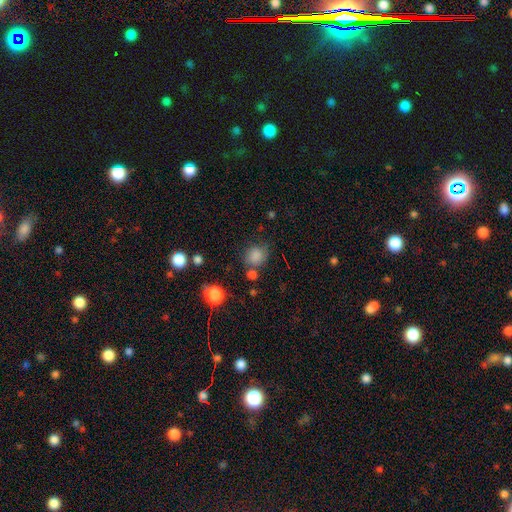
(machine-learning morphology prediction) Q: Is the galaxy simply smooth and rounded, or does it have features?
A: smooth — 81%.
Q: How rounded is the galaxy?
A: round — 73%.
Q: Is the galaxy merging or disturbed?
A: none — 67%.